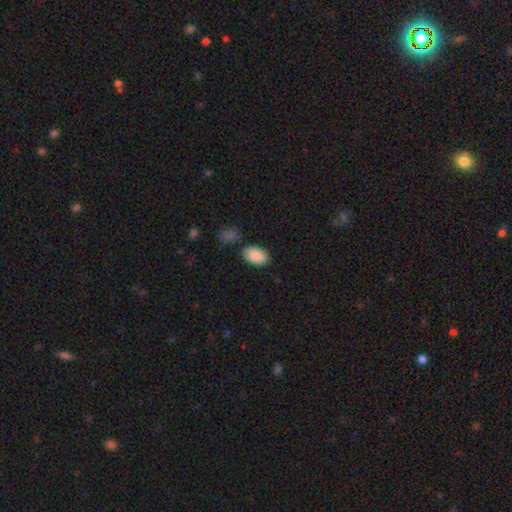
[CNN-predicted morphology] Smooth or featured? smooth (89%)
How rounded? in between (93%)
Merging? none (78%)